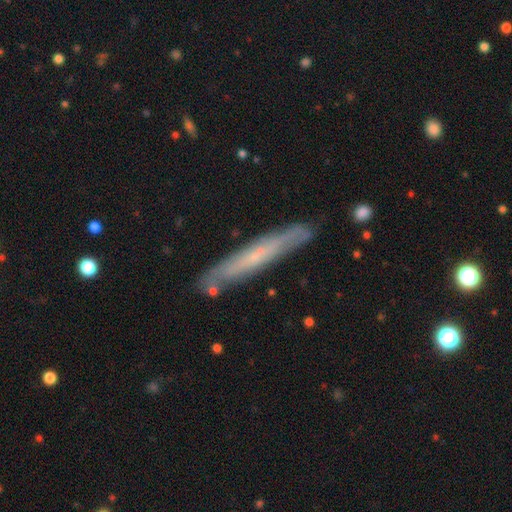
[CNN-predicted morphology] smooth-or-featured: featured or disk: 50% | smooth: 43% | star or artifact: 7%
  merging: none: 84% | minor disturbance: 11% | merger: 2% | major disturbance: 2%